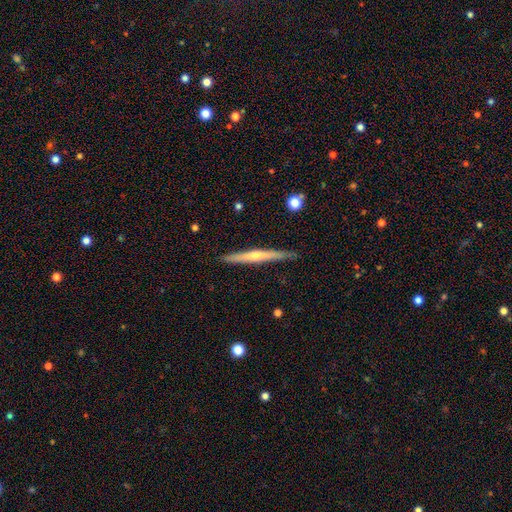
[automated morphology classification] A featured or disk galaxy (71%) viewed edge-on (98%) with a rounded central bulge (76%). Merging: none (90%).